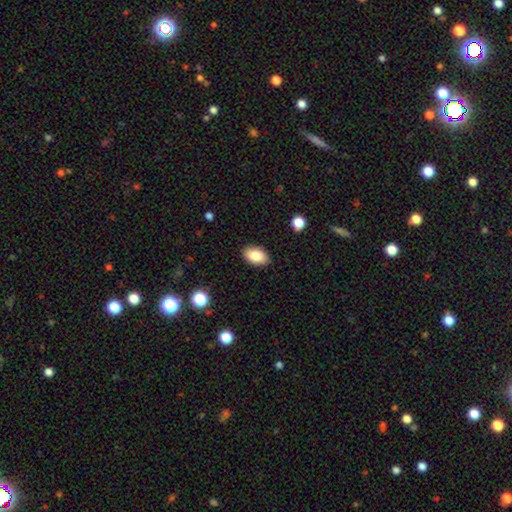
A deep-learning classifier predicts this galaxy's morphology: A smooth galaxy with no disk features (84%) that is in between round and cigar-shaped (92%).

Vote fractions:
- Smooth or featured? smooth: 84% / featured or disk: 8% / star or artifact: 8%
- How rounded? in between: 92% / round: 7% / cigar-shaped: 1%
- Merging? none: 88% / minor disturbance: 9% / major disturbance: 2% / merger: 1%